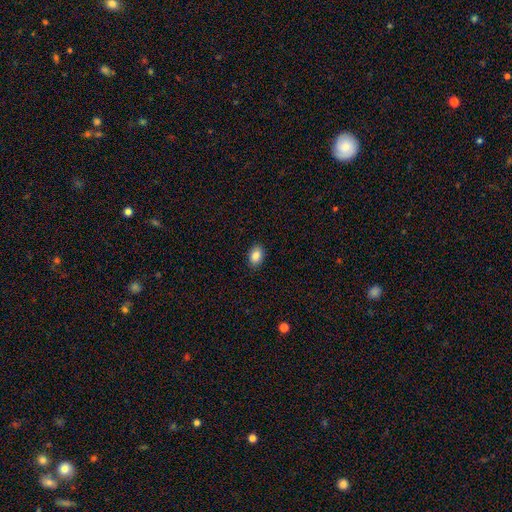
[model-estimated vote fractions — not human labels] Smooth or featured: smooth — 86% (star or artifact — 8%)
How rounded: in between — 79% (round — 20%)
Merging: none — 89% (minor disturbance — 8%)